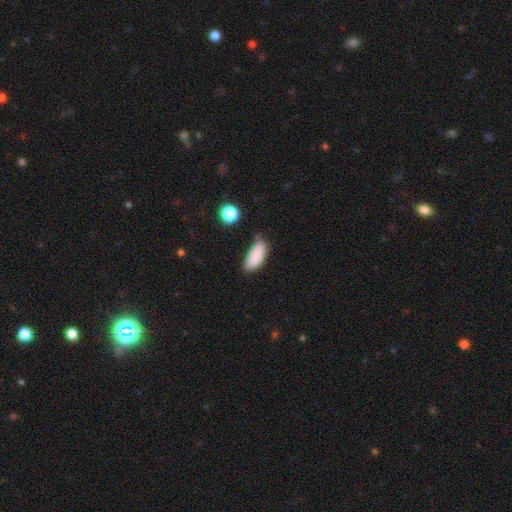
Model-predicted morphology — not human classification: This appears to be a smooth galaxy with no disk features (86%) that is in between round and cigar-shaped (82%). Merging: none (64%).